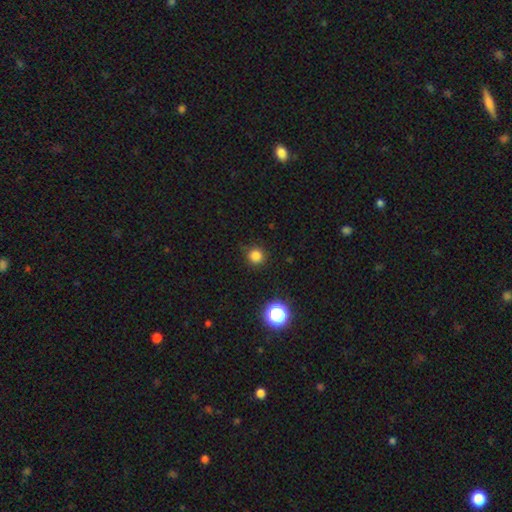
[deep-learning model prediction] smooth 81%, star or artifact 15%, featured or disk 4%. Down the decision tree: how rounded — round (95%); merging — none (88%).